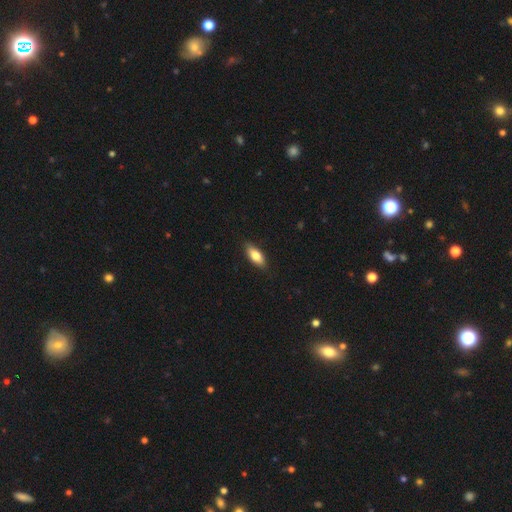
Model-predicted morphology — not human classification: smooth_or_featured: smooth (p=0.78) [alt: featured or disk p=0.16]
how_rounded: in between (p=0.80) [alt: cigar-shaped p=0.17]
merging: none (p=0.85) [alt: minor disturbance p=0.11]